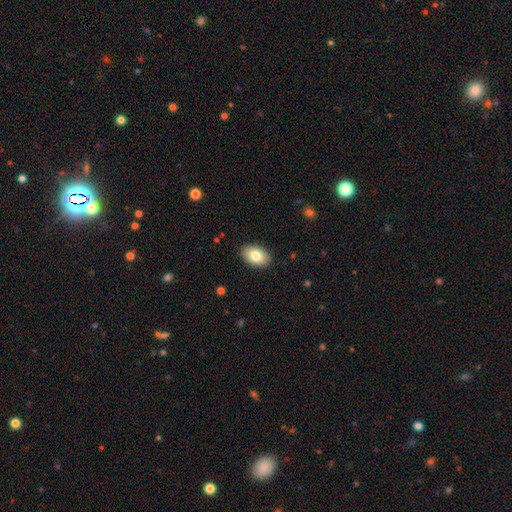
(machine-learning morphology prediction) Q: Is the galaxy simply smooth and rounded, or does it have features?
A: smooth — 81%.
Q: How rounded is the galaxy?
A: in between — 90%.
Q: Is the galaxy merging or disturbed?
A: none — 89%.